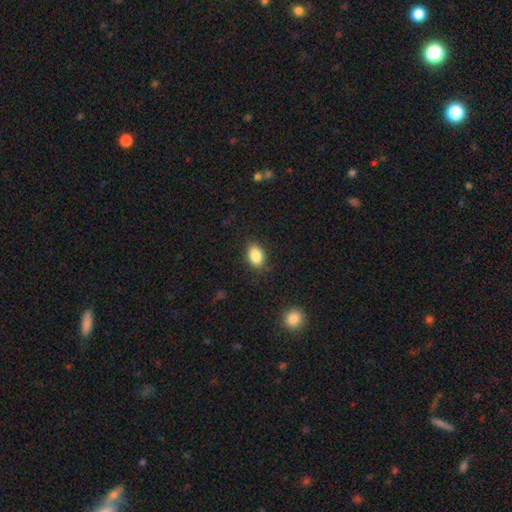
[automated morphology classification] A smooth galaxy with no disk features (87%) that is in between round and cigar-shaped (85%). Merging: none (86%).